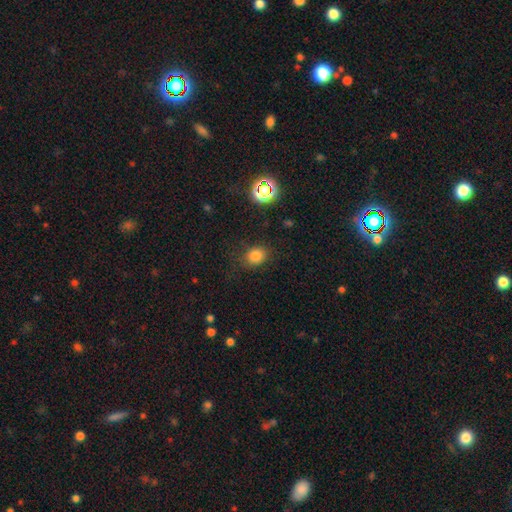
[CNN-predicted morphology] Smooth or featured? smooth (81%)
How rounded? round (60%)
Merging? none (81%)